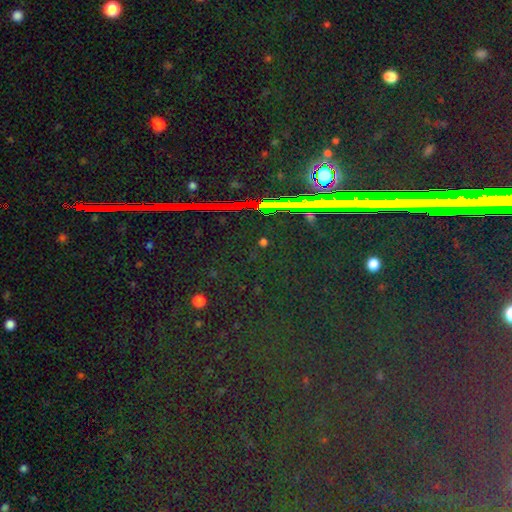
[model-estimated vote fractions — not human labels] The model was most divided on "smooth or featured": star or artifact: 85%, featured or disk: 8%, smooth: 7%.